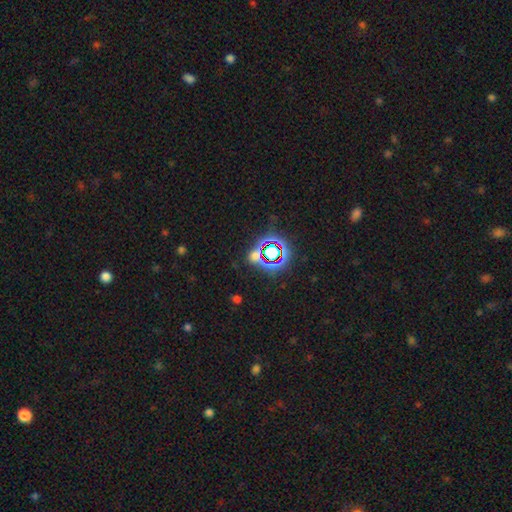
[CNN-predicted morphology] A star or artifact, not a galaxy (67%).